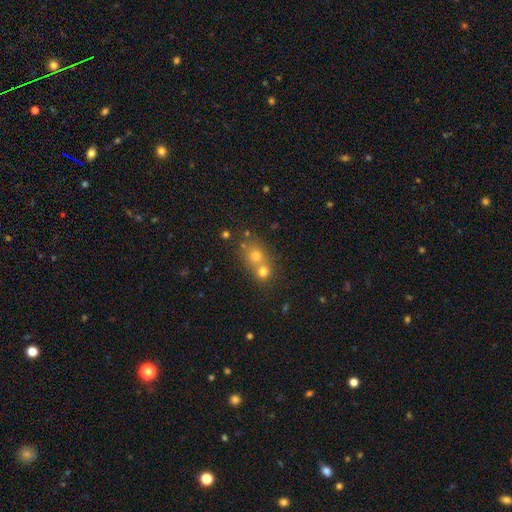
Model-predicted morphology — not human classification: Smooth or featured? Predicted: smooth (p=0.70). How rounded? Predicted: round (p=0.74). Merging? Predicted: merger (p=0.53).